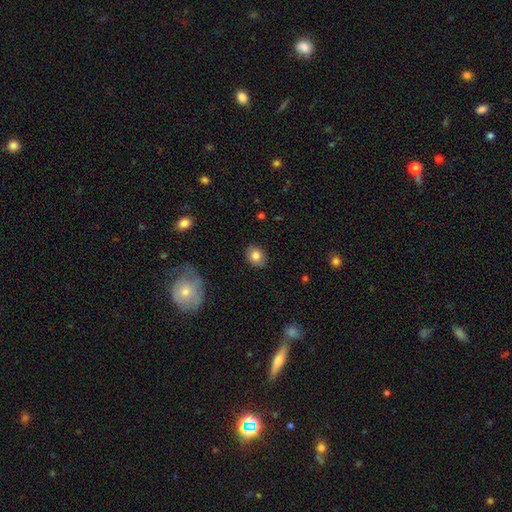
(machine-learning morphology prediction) smooth 82%, featured or disk 9%, star or artifact 9%. Down the decision tree: how rounded — in between (51%); merging — none (87%).